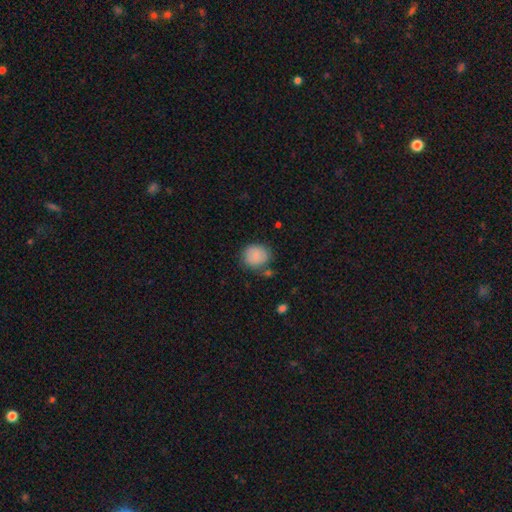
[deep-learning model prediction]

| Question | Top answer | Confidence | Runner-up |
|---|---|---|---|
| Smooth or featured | smooth | 82% | featured or disk (11%) |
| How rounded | round | 75% | in between (24%) |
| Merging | none | 72% | minor disturbance (18%) |